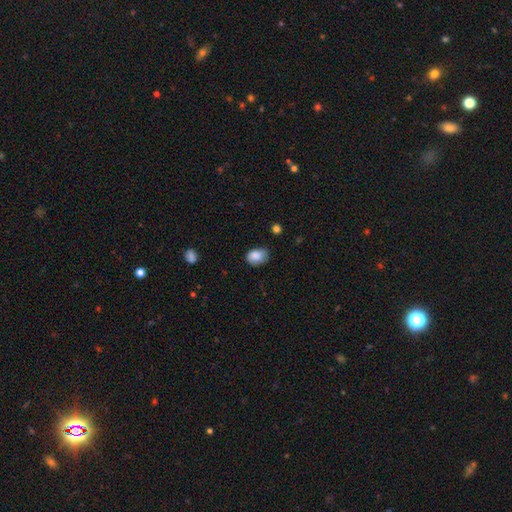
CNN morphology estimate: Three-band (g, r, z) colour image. It shows a smooth galaxy with no disk features (85%) that is in between round and cigar-shaped (67%). Merging: none (59%).